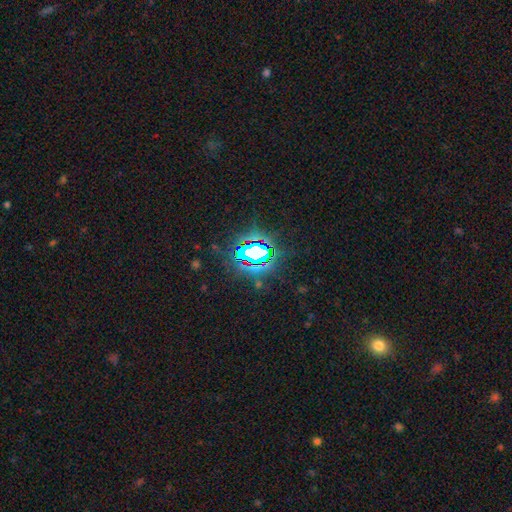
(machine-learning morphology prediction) A star or artifact, not a galaxy (73%).